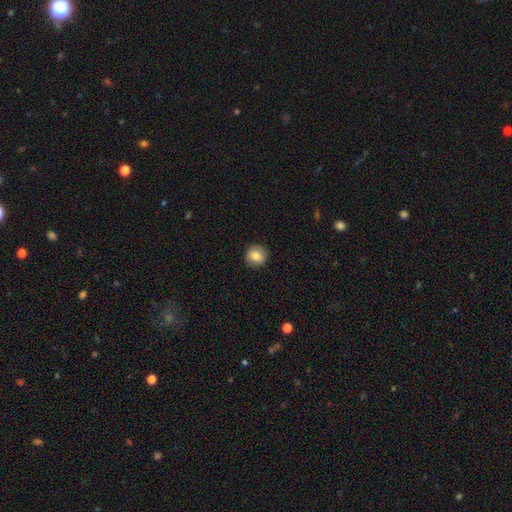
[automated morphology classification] Smooth or featured: smooth — 80% (featured or disk — 11%)
How rounded: round — 90% (in between — 9%)
Merging: none — 90% (minor disturbance — 7%)